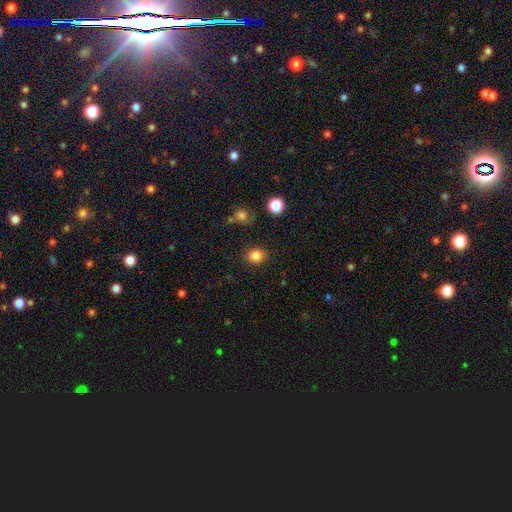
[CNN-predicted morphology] smooth_or_featured: smooth (p=0.85) [alt: star or artifact p=0.11]
how_rounded: round (p=0.69) [alt: in between p=0.30]
merging: none (p=0.87) [alt: minor disturbance p=0.09]